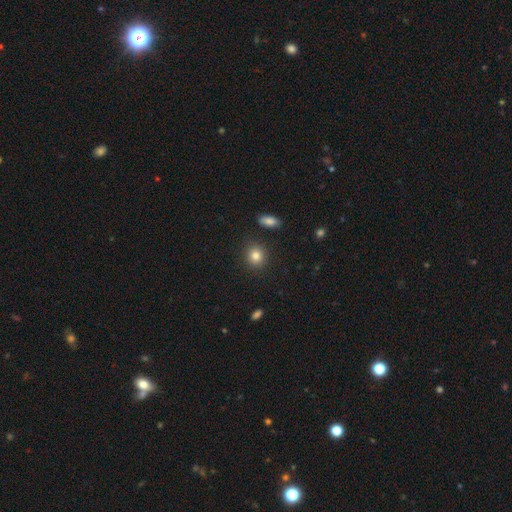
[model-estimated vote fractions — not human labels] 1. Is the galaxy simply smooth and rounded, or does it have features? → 83% smooth, 10% star or artifact, 7% featured or disk.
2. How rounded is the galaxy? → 81% round, 18% in between, 1% cigar-shaped.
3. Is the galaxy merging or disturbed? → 88% none, 7% minor disturbance, 2% merger, 2% major disturbance.